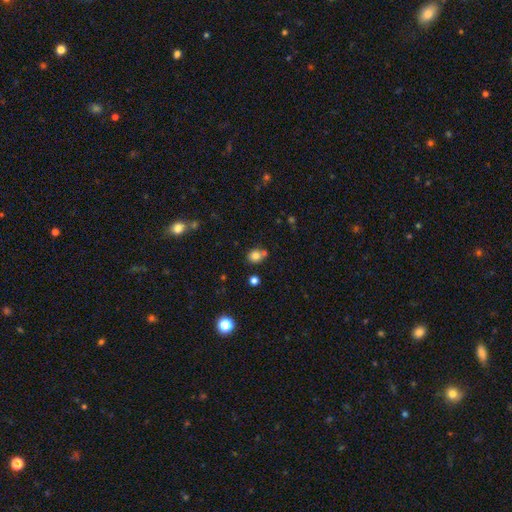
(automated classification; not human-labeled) smooth_or_featured: smooth (p=0.80) [alt: star or artifact p=0.13]
how_rounded: round (p=0.75) [alt: in between p=0.24]
merging: none (p=0.63) [alt: merger p=0.21]